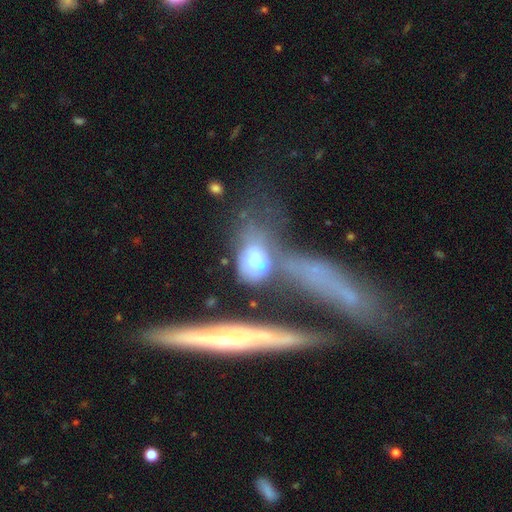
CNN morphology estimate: smooth_or_featured: smooth (p=0.49) [alt: featured or disk p=0.36]
merging: merger (p=0.44) [alt: major disturbance p=0.32]